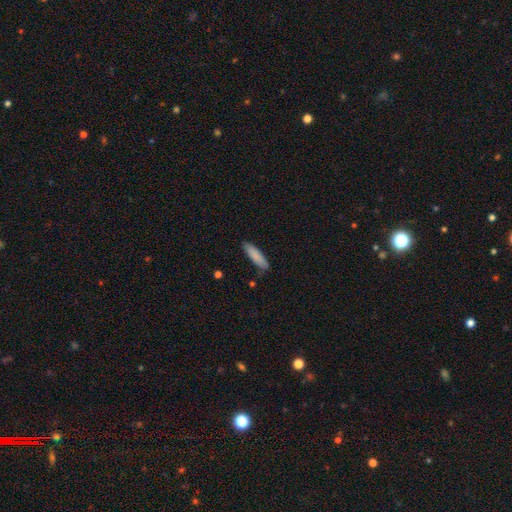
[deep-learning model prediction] This is clearly a smooth galaxy (82%). How rounded: likely cigar-shaped (64%). Merging: likely none (79%).